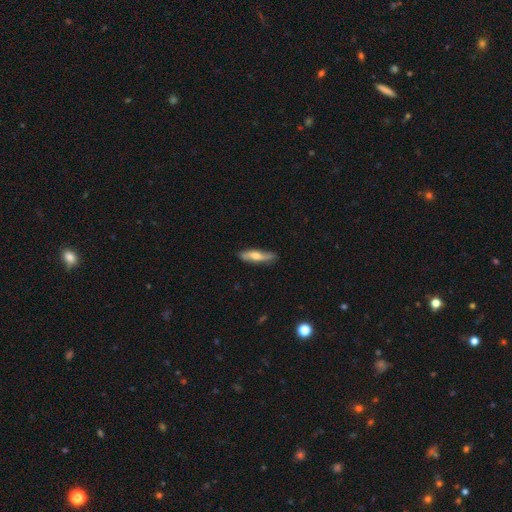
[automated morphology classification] The model was most divided on "smooth or featured": smooth: 49%, featured or disk: 45%, star or artifact: 6%. More confident: merging — none (81%).